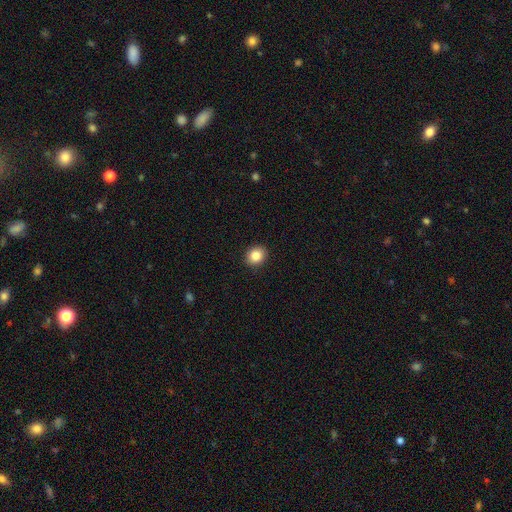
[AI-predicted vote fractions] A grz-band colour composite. It shows a smooth galaxy with no disk features (85%) that is round (67%). Merging: none (91%).